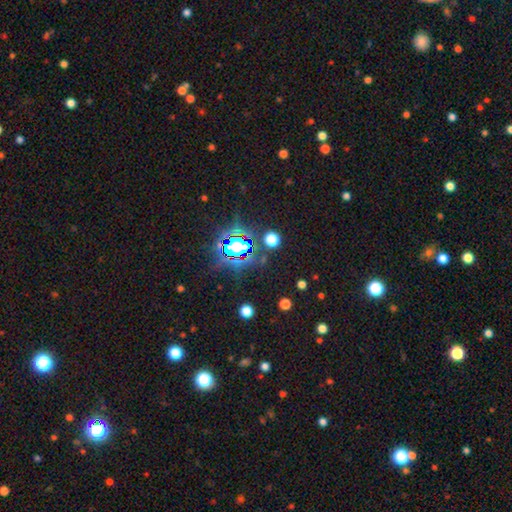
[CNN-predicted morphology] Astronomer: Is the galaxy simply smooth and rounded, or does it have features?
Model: star or artifact — 81%.